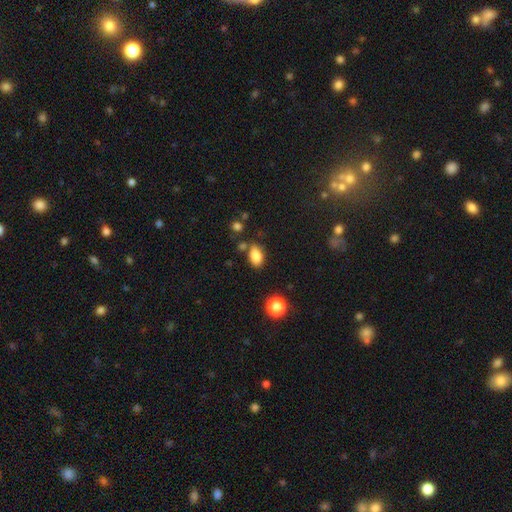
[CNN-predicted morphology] This appears to be a smooth galaxy with no disk features (84%) that is in between round and cigar-shaped (85%). Merging: none (70%).